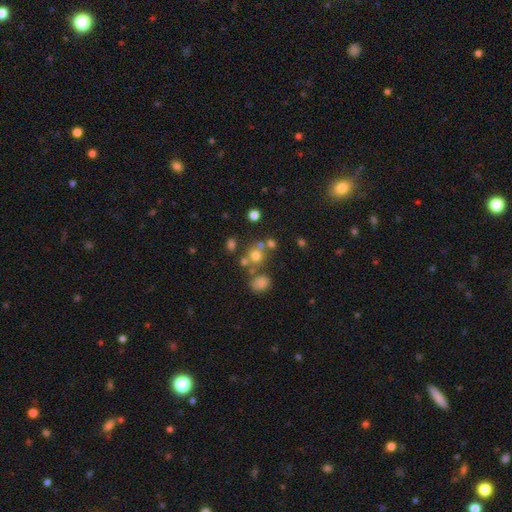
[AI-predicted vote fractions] smooth 65%, star or artifact 20%, featured or disk 15%. Down the decision tree: how rounded — round (84%); merging — none (59%).